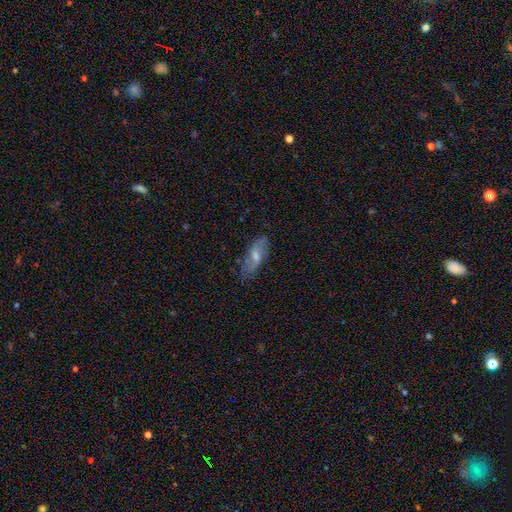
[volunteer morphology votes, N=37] featured or disk 65%, smooth 30%, star or artifact 5%. Down the decision tree: edge-on disk — no (92%); bar — weak (50%); spiral arms — yes (77%); spiral arm count — 2 (47%); spiral winding — loose (41%); bulge size — moderate (64%); merging — none (83%).